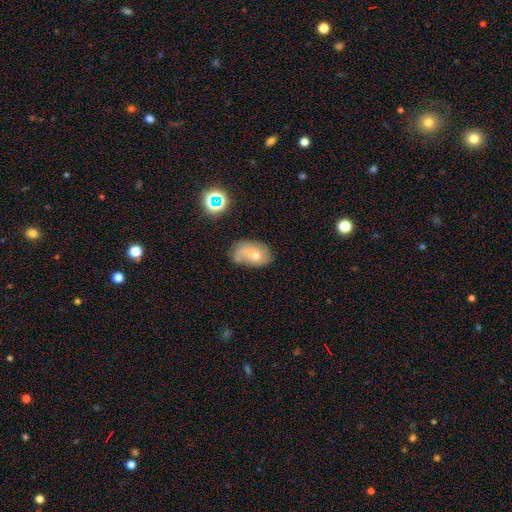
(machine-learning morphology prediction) Q: Smooth or featured?
A: smooth (49%); runner-up: featured or disk (37%)
Q: Merging?
A: none (46%); runner-up: minor disturbance (35%)